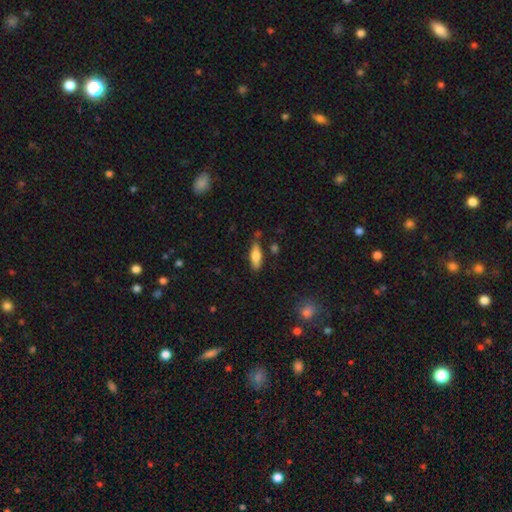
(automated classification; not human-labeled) Morphology: type=smooth (76%); roundness=in between (56%); merging=none (76%).